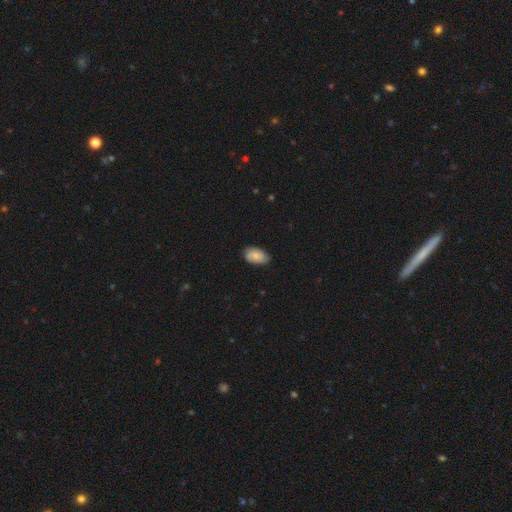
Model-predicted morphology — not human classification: Smooth or featured: smooth — 70% (featured or disk — 23%)
How rounded: in between — 92% (round — 6%)
Merging: none — 77% (minor disturbance — 19%)